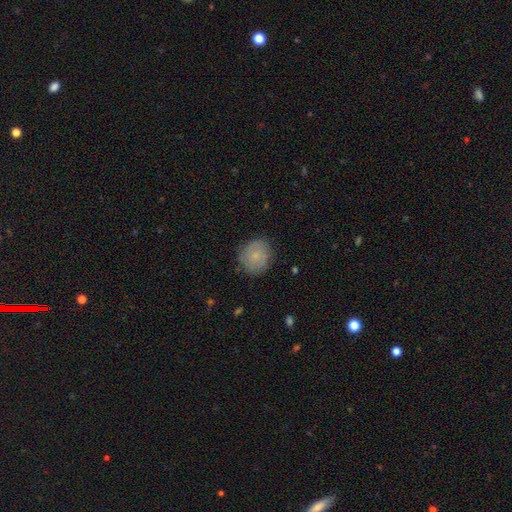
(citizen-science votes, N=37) Smooth or featured? 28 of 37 (76%) said smooth. How rounded? 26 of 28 (93%) said round. Merging? 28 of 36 (78%) said none.